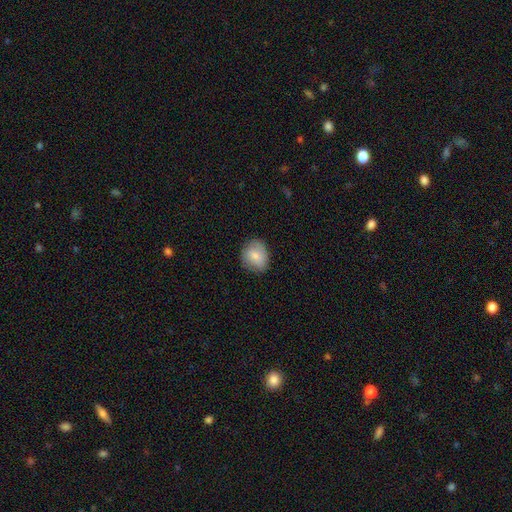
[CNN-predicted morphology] Smooth or featured? Predicted: smooth (p=0.78). How rounded? Predicted: round (p=0.65). Merging? Predicted: none (p=0.80).